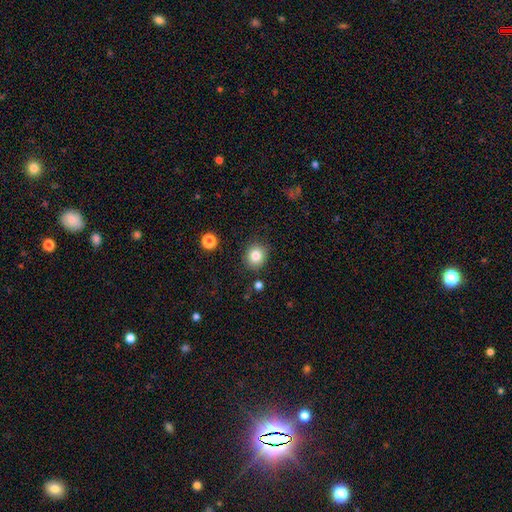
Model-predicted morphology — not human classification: Q: Smooth or featured?
A: smooth (83%); runner-up: star or artifact (10%)
Q: How rounded?
A: round (82%); runner-up: in between (18%)
Q: Merging?
A: none (87%); runner-up: minor disturbance (9%)